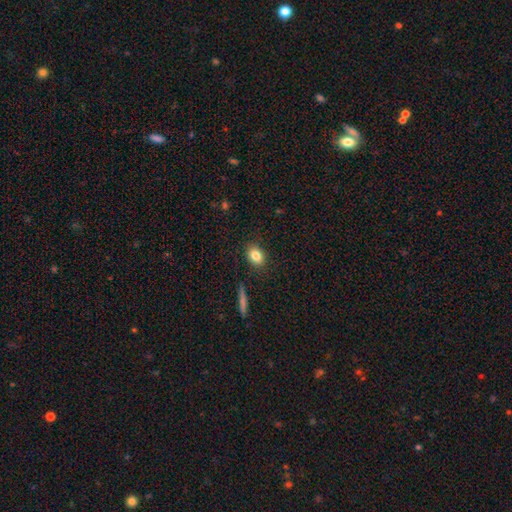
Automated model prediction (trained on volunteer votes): This appears to be a smooth galaxy with no disk features (83%) that is in between round and cigar-shaped (69%). Merging: none (87%).